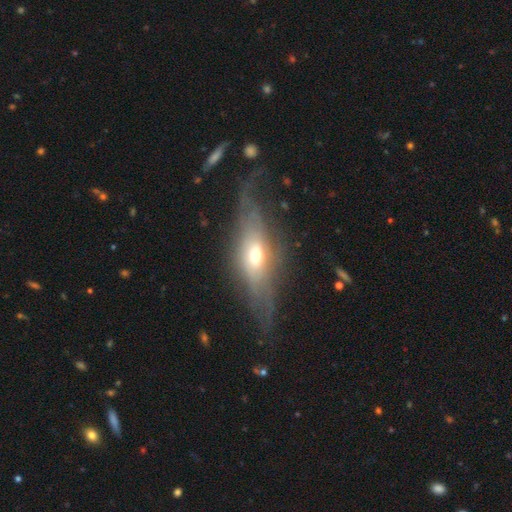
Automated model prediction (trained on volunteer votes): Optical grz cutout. It shows a featured or disk galaxy (64%) viewed edge-on (58%). Merging: none (55%).